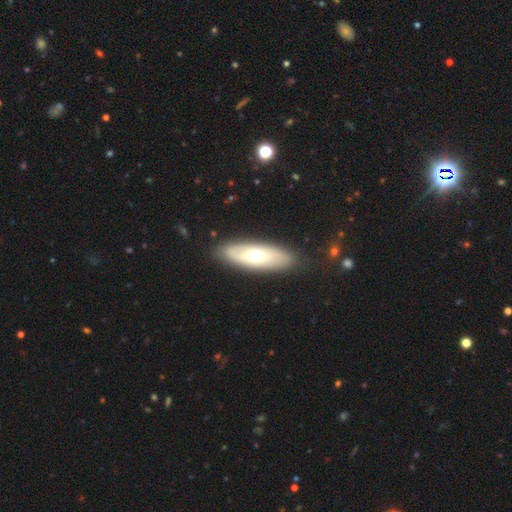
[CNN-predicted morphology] A smooth galaxy with no disk features (51%) that is in between round and cigar-shaped (65%). Merging: none (86%).